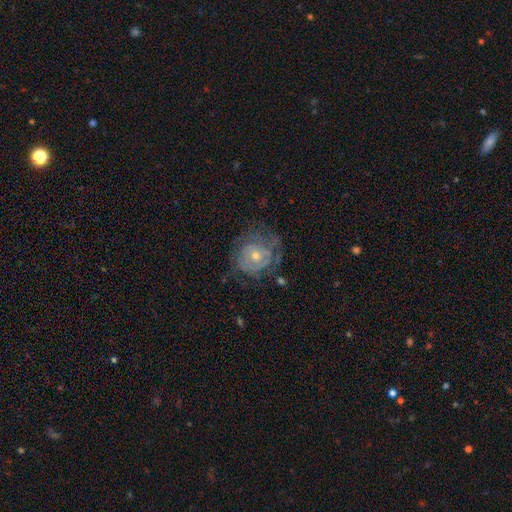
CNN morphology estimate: type=featured or disk (76%); edge-on=no (97%); bar=no (79%); spiral arms=yes (83%); winding=tight (71%); arm count=can't tell (51%); bulge=moderate (50%); merging=none (64%).